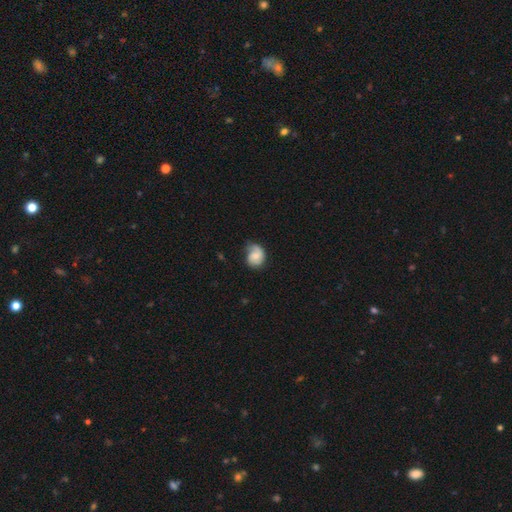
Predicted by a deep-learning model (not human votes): Smooth or featured? featured or disk (48%)
Merging? none (53%)